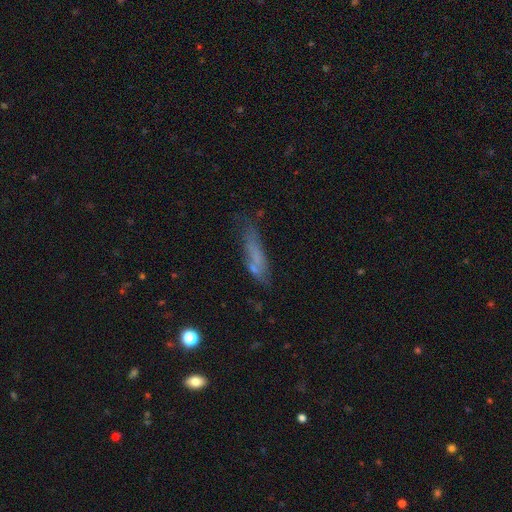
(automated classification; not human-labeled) Morphology: type=smooth (58%); roundness=cigar-shaped (76%); merging=none (54%).